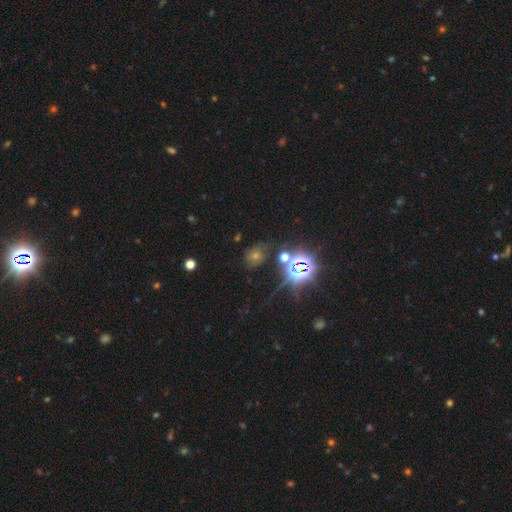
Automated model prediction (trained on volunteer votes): Q: Smooth or featured?
A: star or artifact (61%); runner-up: smooth (24%)